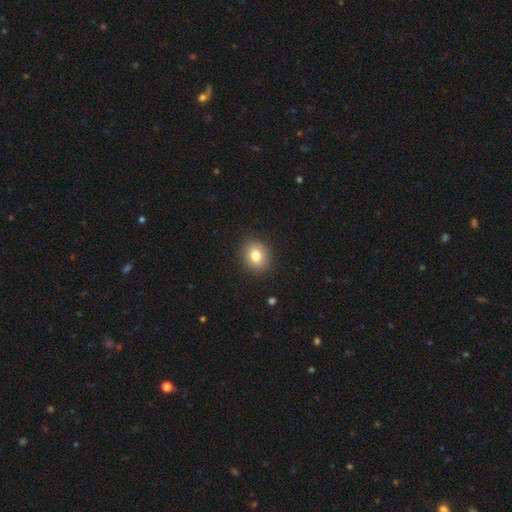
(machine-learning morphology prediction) type=smooth (82%); roundness=round (65%); merging=none (90%).